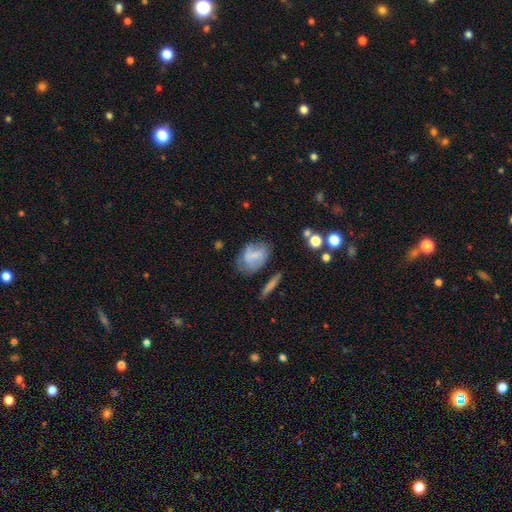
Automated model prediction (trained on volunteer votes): Smooth or featured? Predicted: smooth (p=0.56). How rounded? Predicted: in between (p=0.74). Merging? Predicted: none (p=0.54).